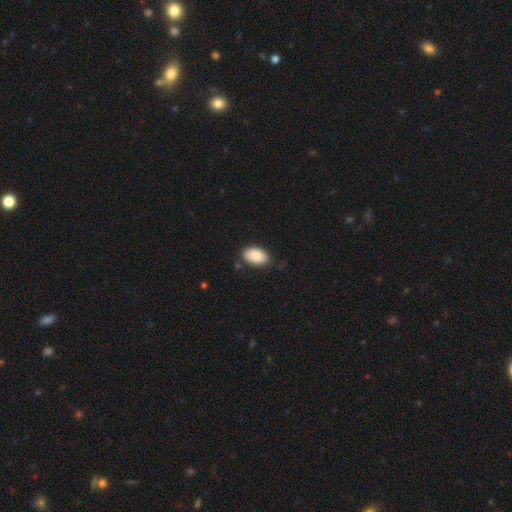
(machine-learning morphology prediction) This is clearly a smooth galaxy (86%). How rounded: clearly in between (93%). Merging: likely none (79%).